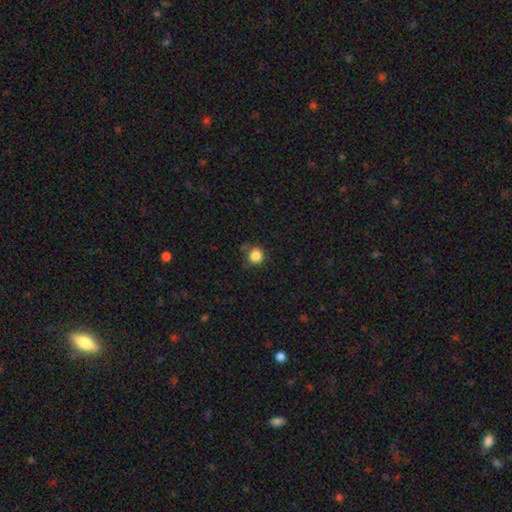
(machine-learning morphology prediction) smooth_or_featured: smooth (p=0.85) [alt: star or artifact p=0.11]
how_rounded: round (p=0.93) [alt: in between p=0.06]
merging: none (p=0.80) [alt: minor disturbance p=0.13]